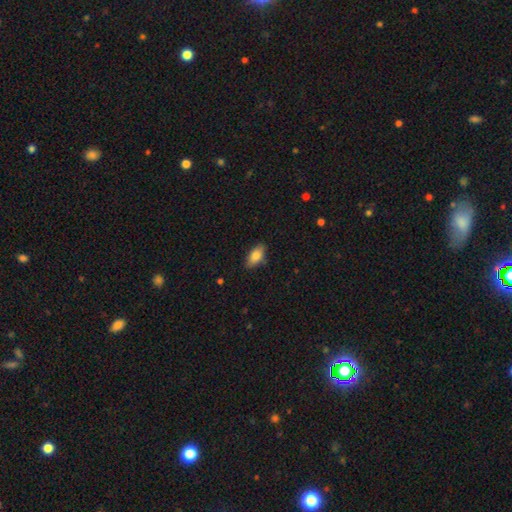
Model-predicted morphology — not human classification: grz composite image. It shows a smooth galaxy with no disk features (82%) that is in between round and cigar-shaped (89%). Merging: none (82%).